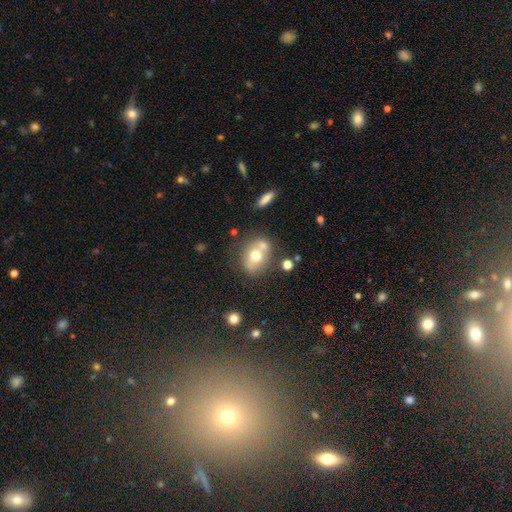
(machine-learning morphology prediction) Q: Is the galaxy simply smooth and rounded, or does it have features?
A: smooth — 64%.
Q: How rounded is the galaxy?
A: round — 53%.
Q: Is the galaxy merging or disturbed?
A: none — 49%.